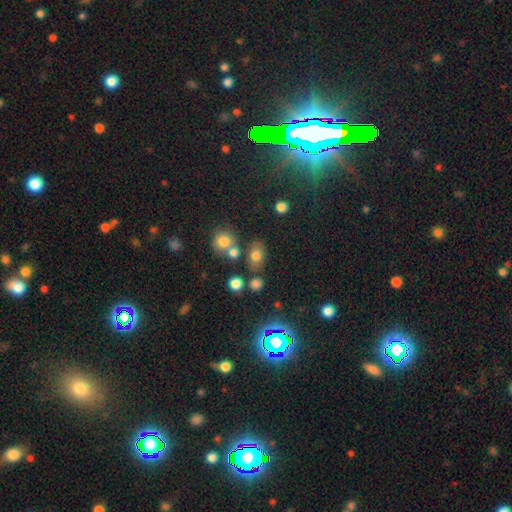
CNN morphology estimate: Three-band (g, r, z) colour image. It shows a smooth galaxy with no disk features (74%) that is in between round and cigar-shaped (70%). Merging: none (67%).